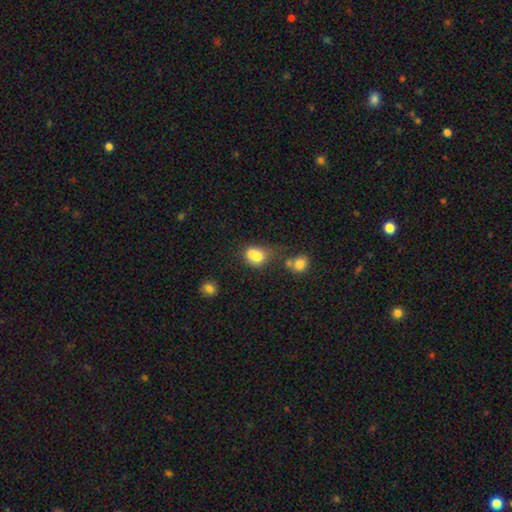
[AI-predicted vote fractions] This is likely a smooth galaxy (74%). How rounded: possibly round (59%). Merging: possibly merger (53%).